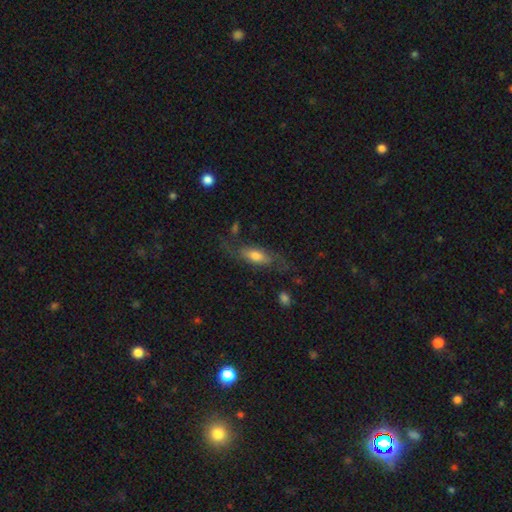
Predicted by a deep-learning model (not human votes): Q: Smooth or featured?
A: featured or disk (51%); runner-up: smooth (41%)
Q: Edge-on disk?
A: no (71%); runner-up: yes (29%)
Q: Merging?
A: none (59%); runner-up: minor disturbance (21%)